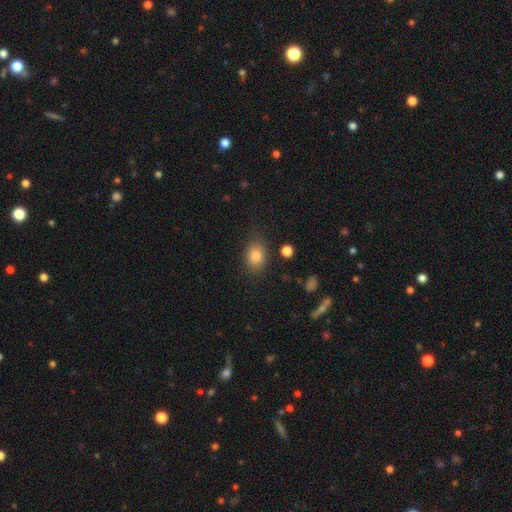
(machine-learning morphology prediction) The model was most divided on "how rounded": in between: 67%, round: 32%, cigar-shaped: 1%. More confident: smooth or featured — smooth (82%); merging — none (80%).